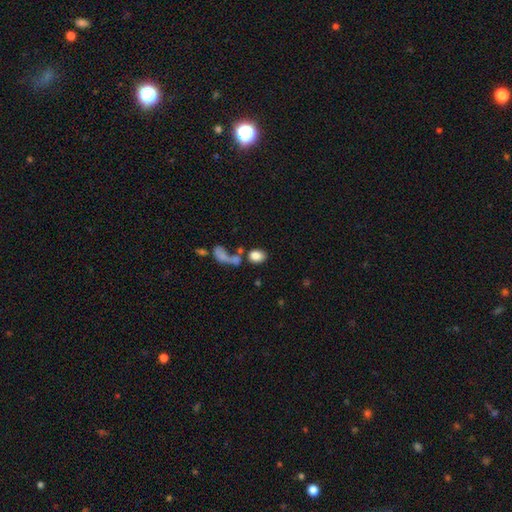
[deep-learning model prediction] Overall: smooth (82%). How rounded: in between (75%). Merging: none (48%; merger 31%).